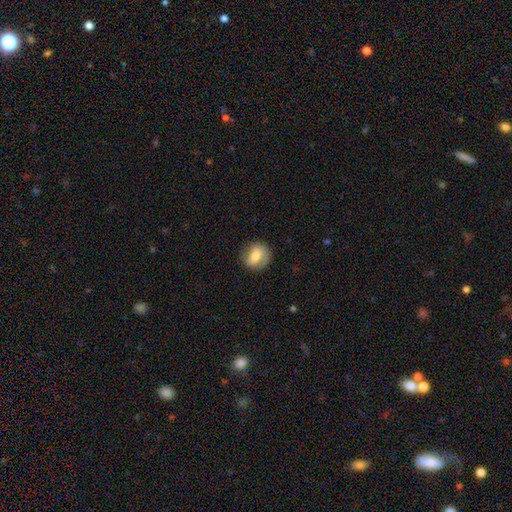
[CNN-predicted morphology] smooth 60%, featured or disk 32%, star or artifact 8%. Down the decision tree: how rounded — round (76%); merging — none (81%).